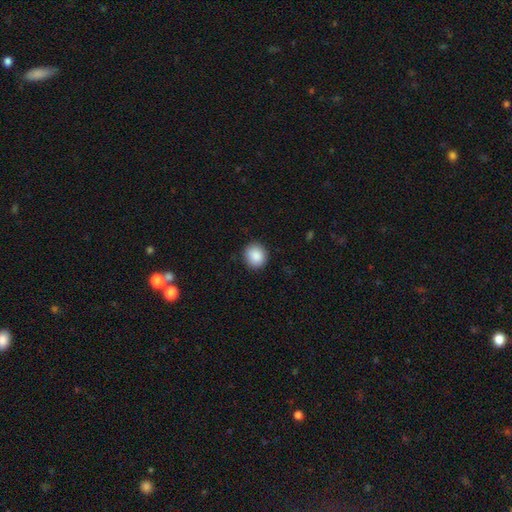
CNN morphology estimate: Smooth or featured? Predicted: smooth (p=0.89). How rounded? Predicted: round (p=0.84). Merging? Predicted: none (p=0.89).